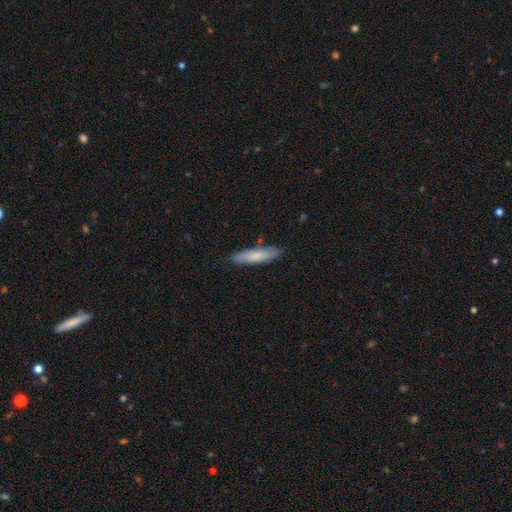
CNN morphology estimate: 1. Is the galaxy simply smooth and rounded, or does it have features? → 76% smooth, 19% featured or disk, 5% star or artifact.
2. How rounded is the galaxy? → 82% cigar-shaped, 16% in between, 1% round.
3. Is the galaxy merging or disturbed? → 86% none, 11% minor disturbance, 2% major disturbance, 2% merger.